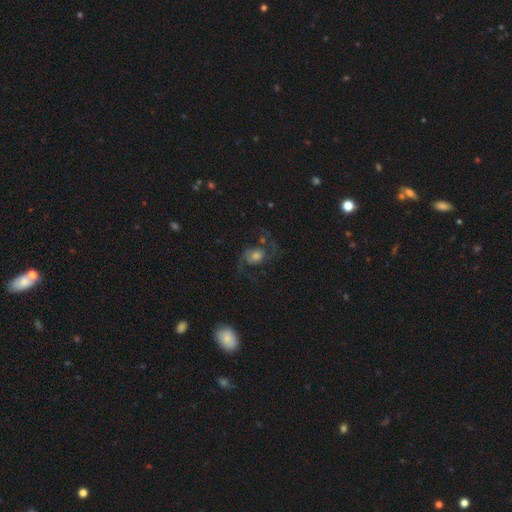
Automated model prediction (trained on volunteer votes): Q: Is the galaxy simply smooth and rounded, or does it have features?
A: featured or disk — 79%.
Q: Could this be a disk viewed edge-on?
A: no — 97%.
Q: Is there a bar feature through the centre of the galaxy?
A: no — 66%.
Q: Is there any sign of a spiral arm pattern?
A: yes — 94%.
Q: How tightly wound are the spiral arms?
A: loose — 52%.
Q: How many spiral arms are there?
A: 2 — 92%.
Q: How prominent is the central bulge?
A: moderate — 49%.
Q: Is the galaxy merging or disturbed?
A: none — 66%.